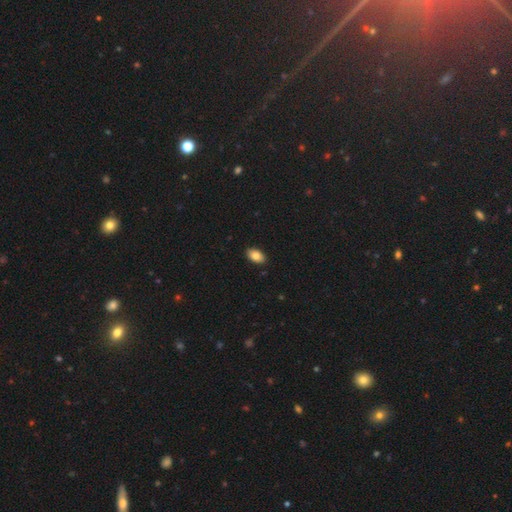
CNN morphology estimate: This is clearly a smooth galaxy (85%). How rounded: clearly in between (93%). Merging: clearly none (89%).